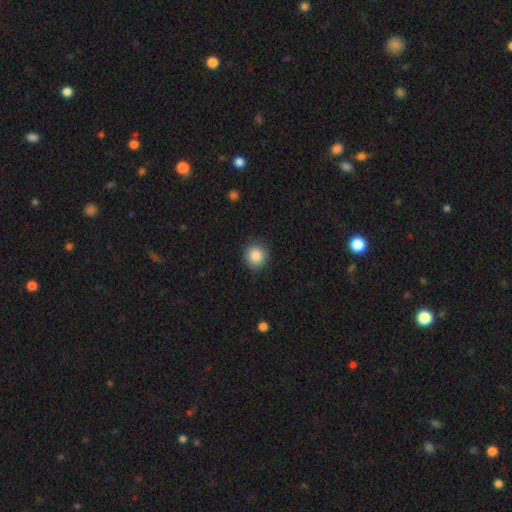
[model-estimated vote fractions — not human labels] Q: Smooth or featured?
A: smooth (87%); runner-up: star or artifact (9%)
Q: How rounded?
A: round (91%); runner-up: in between (8%)
Q: Merging?
A: none (89%); runner-up: minor disturbance (8%)